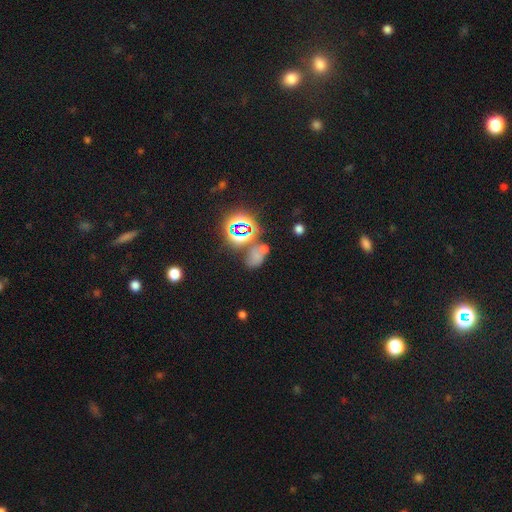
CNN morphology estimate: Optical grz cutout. It shows a smooth galaxy with no disk features (46%). Merging: none (43%).